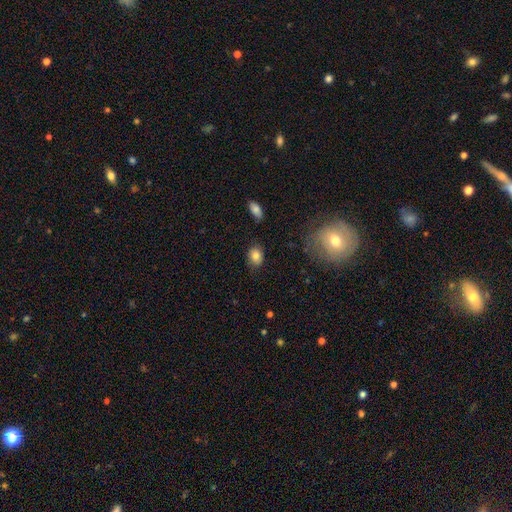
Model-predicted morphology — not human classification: smooth_or_featured: smooth (p=0.80) [alt: featured or disk p=0.11]
how_rounded: in between (p=0.59) [alt: round p=0.40]
merging: none (p=0.82) [alt: minor disturbance p=0.13]